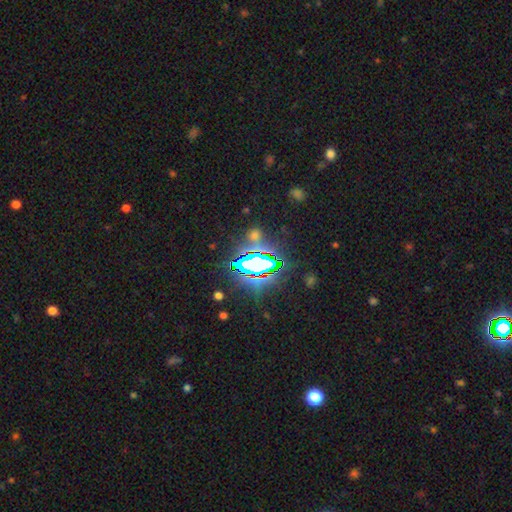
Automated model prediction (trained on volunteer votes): This is likely a star or artifact rather than a galaxy (76%).